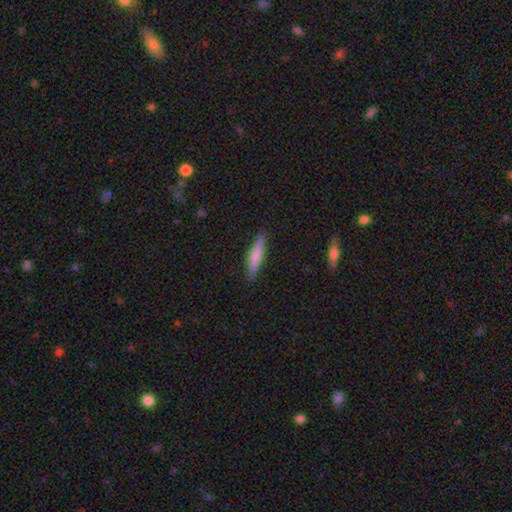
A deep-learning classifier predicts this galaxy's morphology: The model was most divided on "smooth or featured": smooth: 68%, featured or disk: 26%, star or artifact: 6%. More confident: merging — none (88%); how rounded — cigar-shaped (86%).